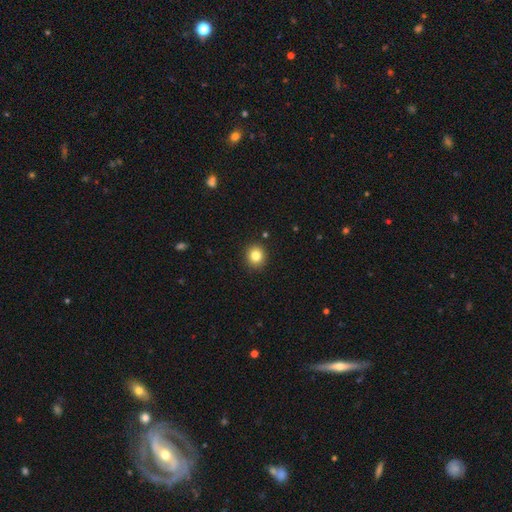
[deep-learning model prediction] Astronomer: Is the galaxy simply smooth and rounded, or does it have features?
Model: smooth — 83%.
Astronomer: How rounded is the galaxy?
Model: round — 85%.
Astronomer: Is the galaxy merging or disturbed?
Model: none — 91%.